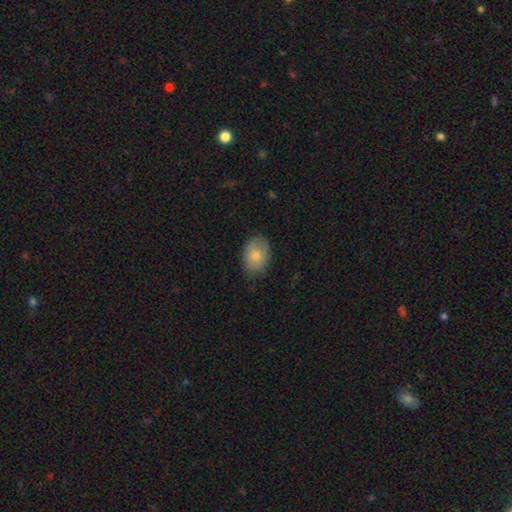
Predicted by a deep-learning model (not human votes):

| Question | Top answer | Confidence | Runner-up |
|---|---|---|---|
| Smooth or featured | smooth | 79% | featured or disk (14%) |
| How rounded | in between | 79% | round (20%) |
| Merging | none | 77% | minor disturbance (18%) |